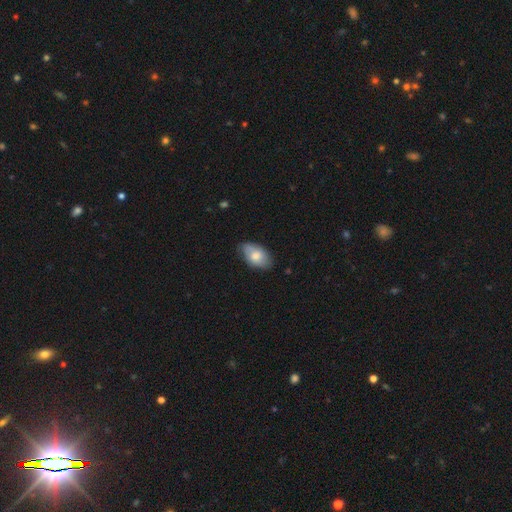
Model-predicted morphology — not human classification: Overall: smooth (73%). How rounded: in between (93%). Merging: none (70%).